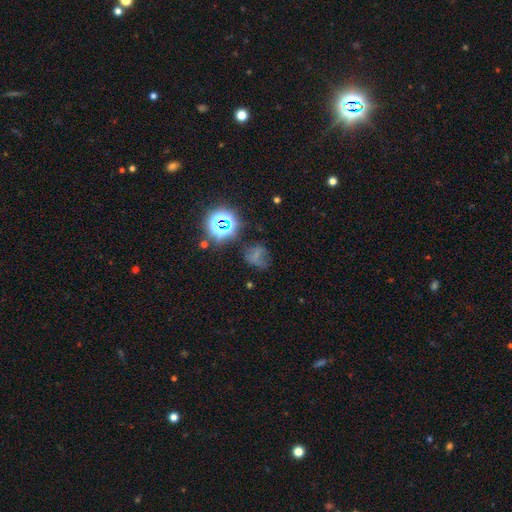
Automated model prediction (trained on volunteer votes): smooth 44%, star or artifact 38%, featured or disk 18%. Down the decision tree: merging — none (51%).